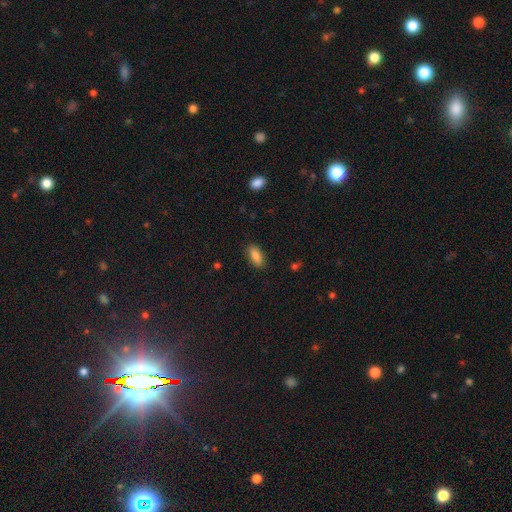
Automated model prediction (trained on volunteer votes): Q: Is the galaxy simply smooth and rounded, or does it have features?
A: smooth — 86%.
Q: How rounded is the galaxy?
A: in between — 86%.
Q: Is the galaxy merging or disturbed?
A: none — 86%.